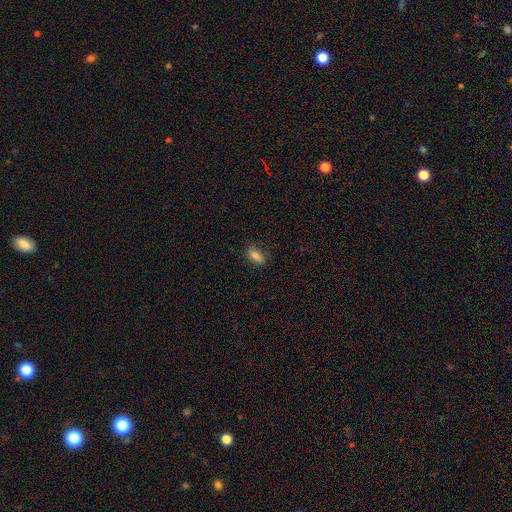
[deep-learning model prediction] This is clearly a smooth galaxy (82%). How rounded: clearly in between (86%). Merging: likely none (80%).